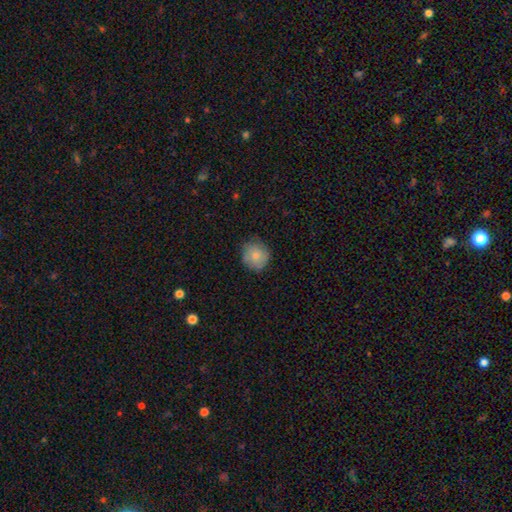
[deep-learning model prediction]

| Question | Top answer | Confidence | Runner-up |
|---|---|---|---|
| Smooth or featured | smooth | 77% | featured or disk (15%) |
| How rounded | round | 90% | in between (10%) |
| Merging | none | 79% | minor disturbance (17%) |